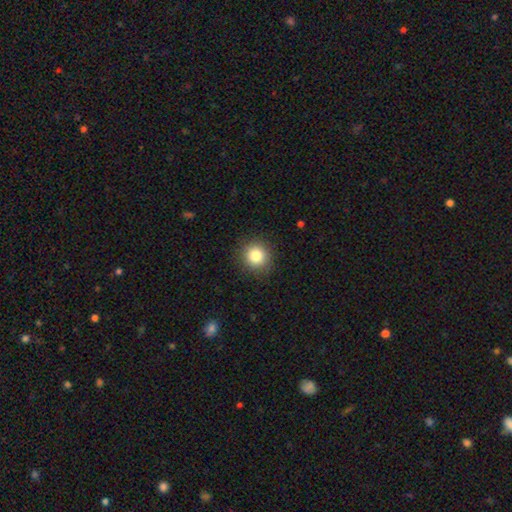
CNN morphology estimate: Q: Smooth or featured?
A: smooth (83%); runner-up: star or artifact (11%)
Q: How rounded?
A: round (92%); runner-up: in between (7%)
Q: Merging?
A: none (90%); runner-up: minor disturbance (6%)